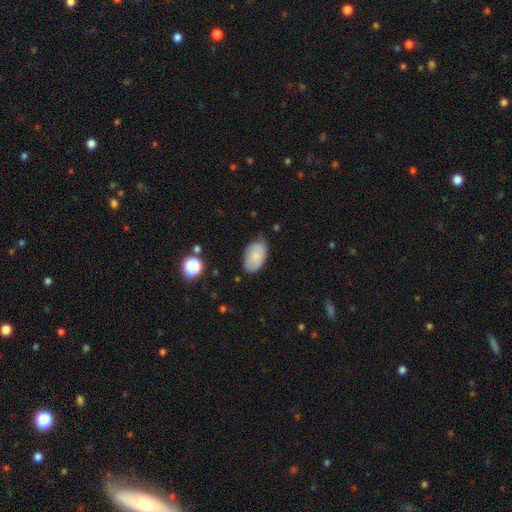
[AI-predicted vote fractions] smooth-or-featured: smooth: 83% | featured or disk: 10% | star or artifact: 8%
  how-rounded: in between: 93% | round: 5% | cigar-shaped: 1%
  merging: none: 78% | minor disturbance: 17% | major disturbance: 3% | merger: 1%